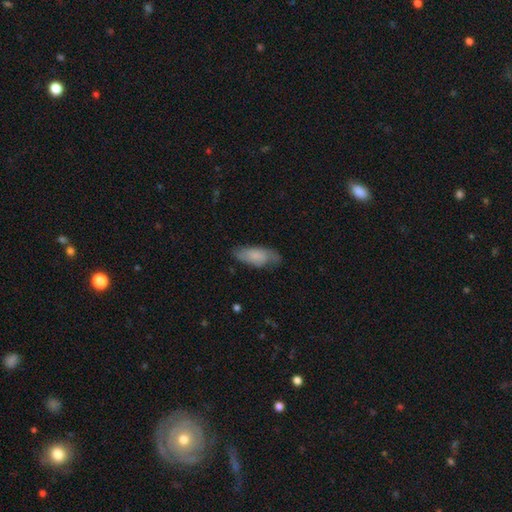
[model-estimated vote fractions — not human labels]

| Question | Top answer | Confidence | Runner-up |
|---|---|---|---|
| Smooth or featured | smooth | 67% | featured or disk (26%) |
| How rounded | in between | 77% | cigar-shaped (21%) |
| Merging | none | 64% | minor disturbance (27%) |